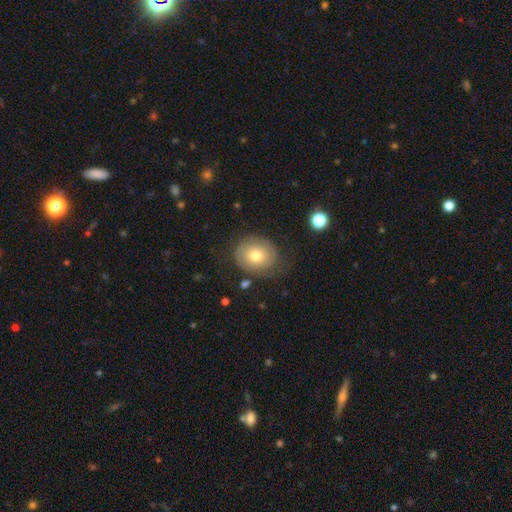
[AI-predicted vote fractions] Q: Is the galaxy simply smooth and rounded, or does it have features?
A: smooth — 55%.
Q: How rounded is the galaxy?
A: round — 66%.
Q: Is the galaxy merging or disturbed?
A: none — 70%.